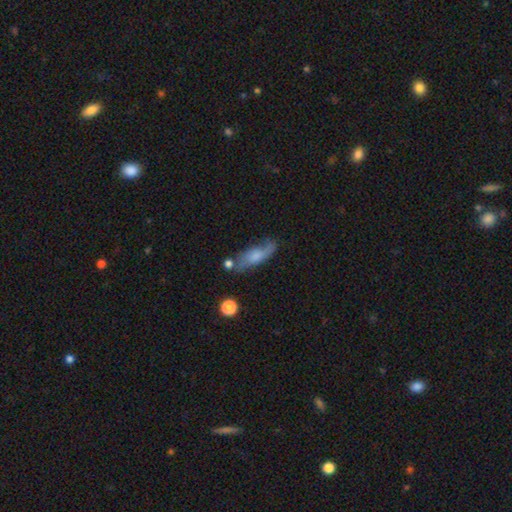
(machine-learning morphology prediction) smooth_or_featured: smooth (p=0.57) [alt: featured or disk p=0.35]
how_rounded: in between (p=0.49) [alt: cigar-shaped p=0.47]
merging: none (p=0.61) [alt: minor disturbance p=0.23]